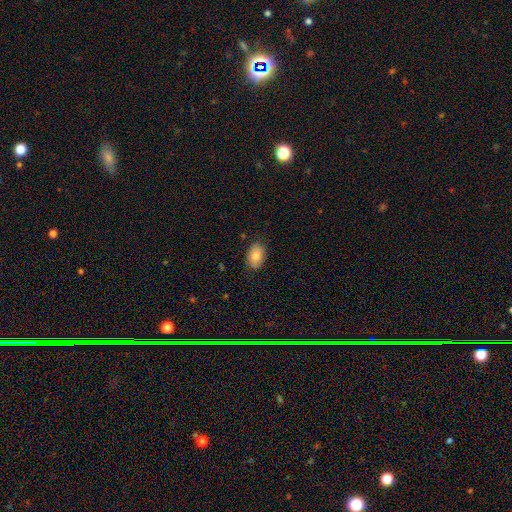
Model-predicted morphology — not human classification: This is likely a smooth galaxy (79%). How rounded: clearly in between (89%). Merging: clearly none (82%).